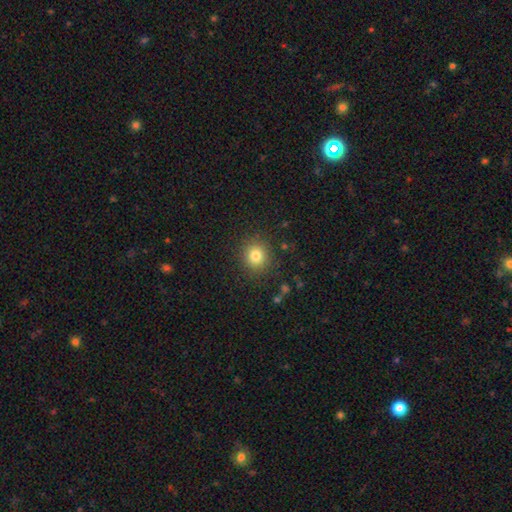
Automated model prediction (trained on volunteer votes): Smooth or featured? Predicted: smooth (p=0.80). How rounded? Predicted: round (p=0.87). Merging? Predicted: none (p=0.88).